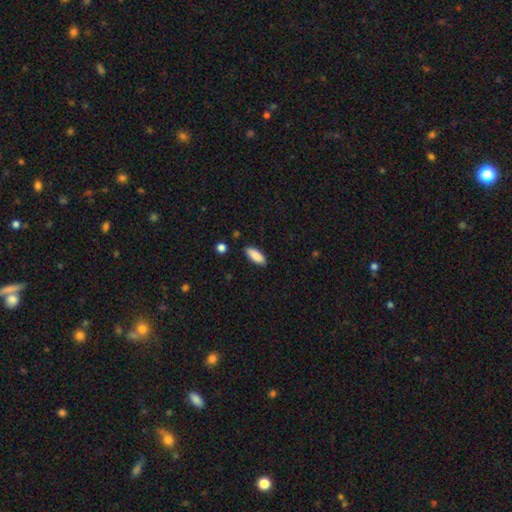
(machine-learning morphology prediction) smooth-or-featured: smooth: 88% | star or artifact: 6% | featured or disk: 5%
  how-rounded: in between: 75% | cigar-shaped: 23% | round: 2%
  merging: none: 86% | minor disturbance: 10% | major disturbance: 2% | merger: 2%